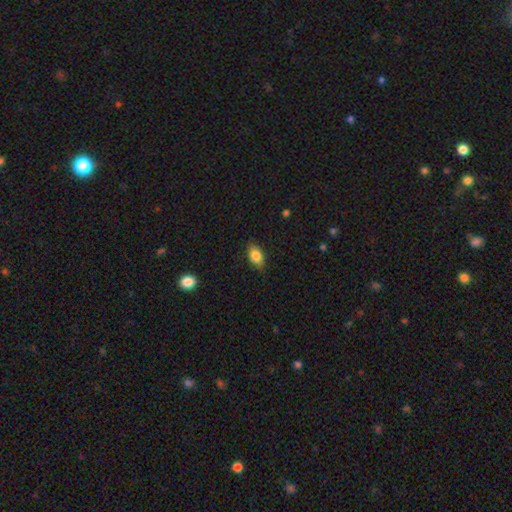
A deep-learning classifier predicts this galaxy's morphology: Overall: smooth (83%). How rounded: in between (87%). Merging: none (84%).